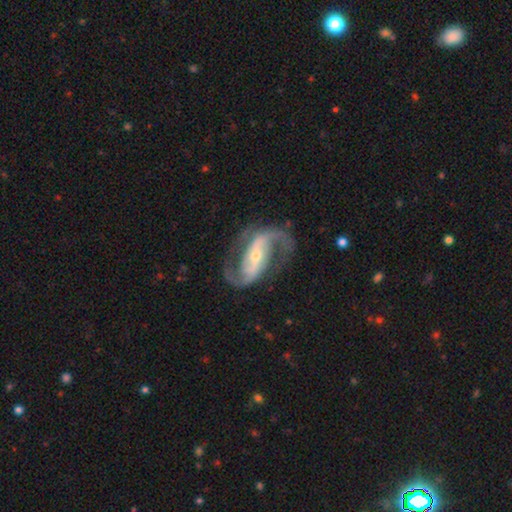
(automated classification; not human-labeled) featured or disk 92%, star or artifact 4%, smooth 4%. Down the decision tree: edge-on disk — no (97%); bar — strong (49%); spiral arms — yes (98%); spiral arm count — 2 (93%); spiral winding — medium (51%); bulge size — small (63%); merging — none (78%).